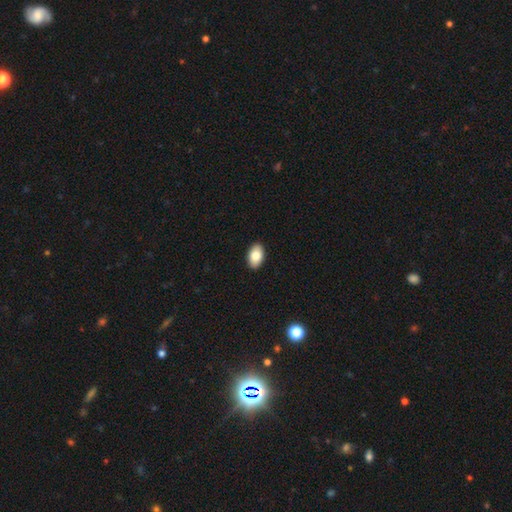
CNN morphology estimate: The model was most divided on "smooth or featured": smooth: 83%, featured or disk: 10%, star or artifact: 7%. More confident: how rounded — in between (92%); merging — none (91%).